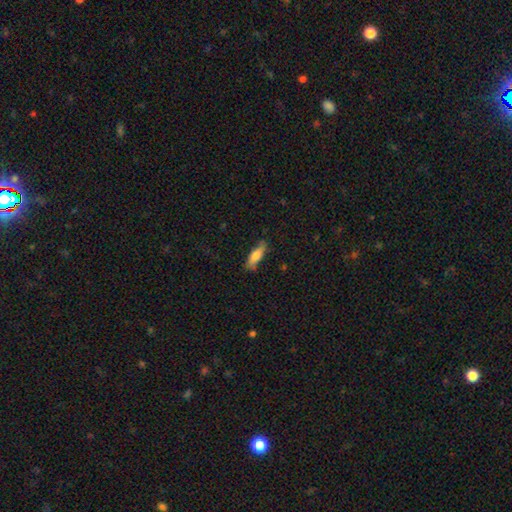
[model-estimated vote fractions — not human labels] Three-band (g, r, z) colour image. It shows a smooth galaxy with no disk features (72%) that is cigar-shaped (50%). Merging: none (77%).